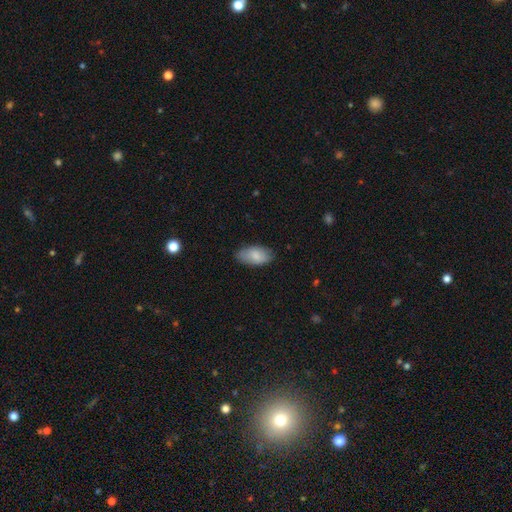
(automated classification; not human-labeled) Smooth or featured? Predicted: smooth (p=0.83). How rounded? Predicted: in between (p=0.94). Merging? Predicted: none (p=0.80).